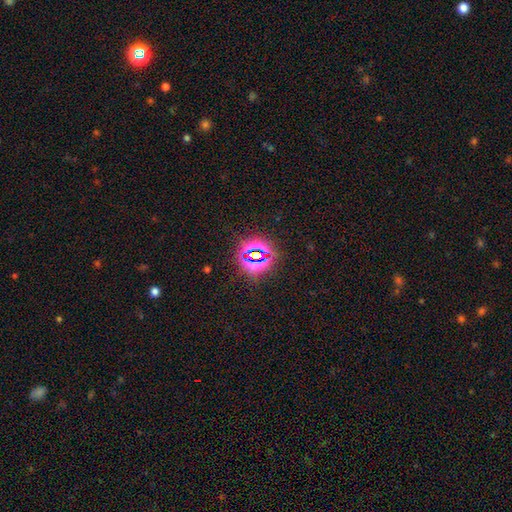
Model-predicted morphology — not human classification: star or artifact 74%, smooth 18%, featured or disk 8%.